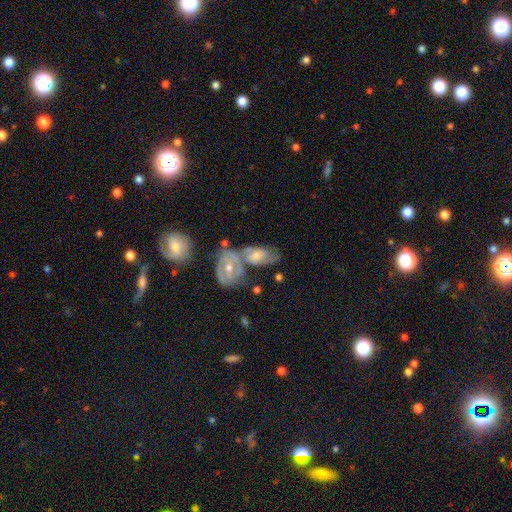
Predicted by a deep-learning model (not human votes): Smooth or featured: featured or disk — 63% (smooth — 26%)
Edge-on disk: no — 92% (yes — 8%)
Bar: no — 58% (weak — 33%)
Spiral arms: yes — 78% (no — 22%)
Bulge size: moderate — 57% (small — 34%)
Merging: merger — 47% (none — 33%)